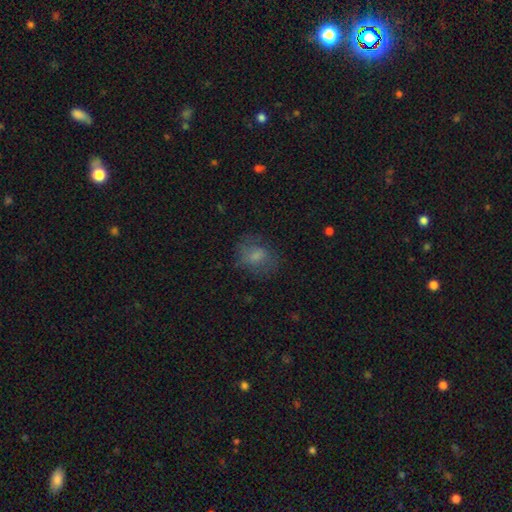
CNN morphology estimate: type=smooth (66%); roundness=in between (51%); merging=none (63%).